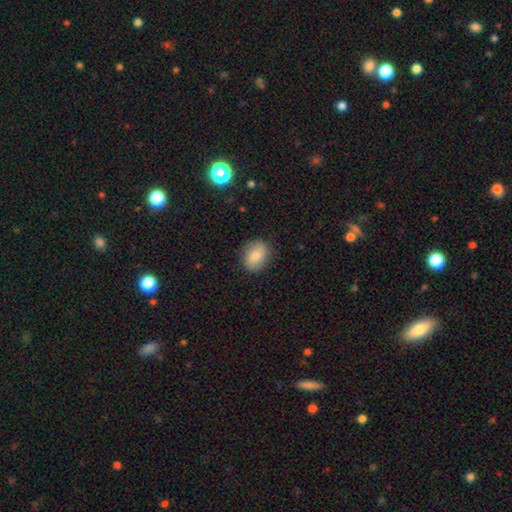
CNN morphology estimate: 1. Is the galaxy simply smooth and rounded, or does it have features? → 72% smooth, 19% featured or disk, 10% star or artifact.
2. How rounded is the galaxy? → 60% round, 38% in between, 1% cigar-shaped.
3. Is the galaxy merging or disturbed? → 85% none, 11% minor disturbance, 3% major disturbance, 1% merger.